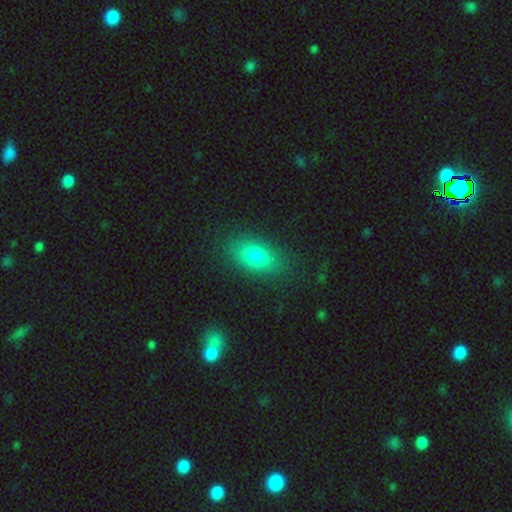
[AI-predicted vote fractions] This appears to be a smooth galaxy with no disk features (78%) that is in between round and cigar-shaped (85%). Merging: none (85%).